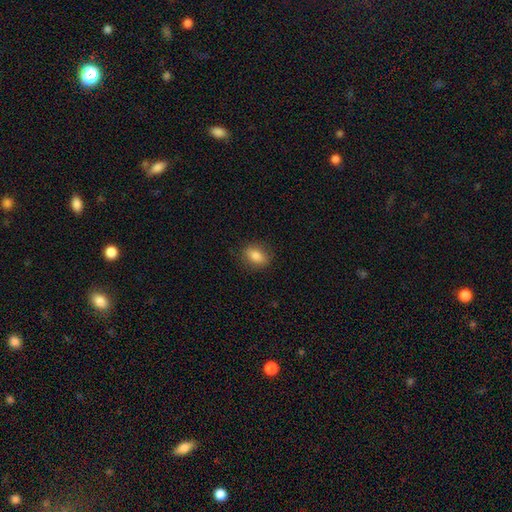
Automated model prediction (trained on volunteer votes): Smooth or featured? smooth (83%)
How rounded? in between (75%)
Merging? none (84%)